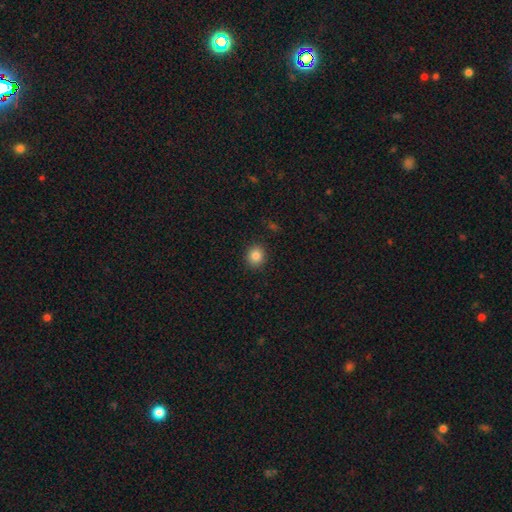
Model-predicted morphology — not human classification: type=smooth (84%); roundness=round (82%); merging=none (91%).